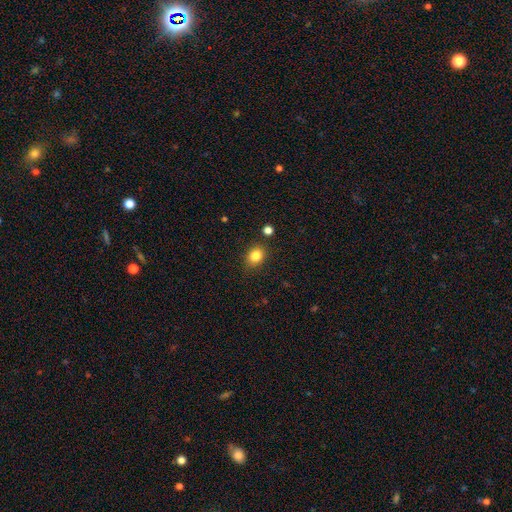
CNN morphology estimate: Smooth or featured?
  - smooth: 82% *
  - star or artifact: 11%
  - featured or disk: 7%
How rounded?
  - round: 55% *
  - in between: 44%
  - cigar-shaped: 1%
Merging?
  - none: 82% *
  - minor disturbance: 11%
  - merger: 4%
  - major disturbance: 3%